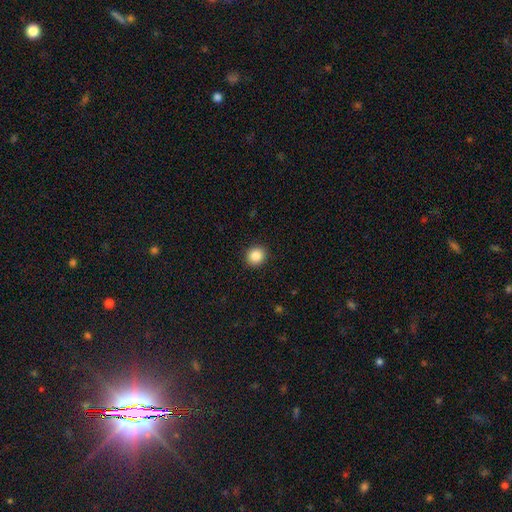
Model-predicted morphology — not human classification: This is clearly a smooth galaxy (87%). How rounded: clearly round (83%). Merging: clearly none (91%).